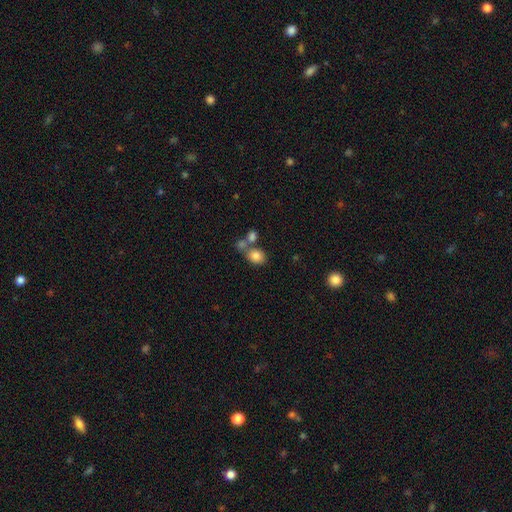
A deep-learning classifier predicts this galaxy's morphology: type=smooth (80%); roundness=in between (53%); merging=none (48%).